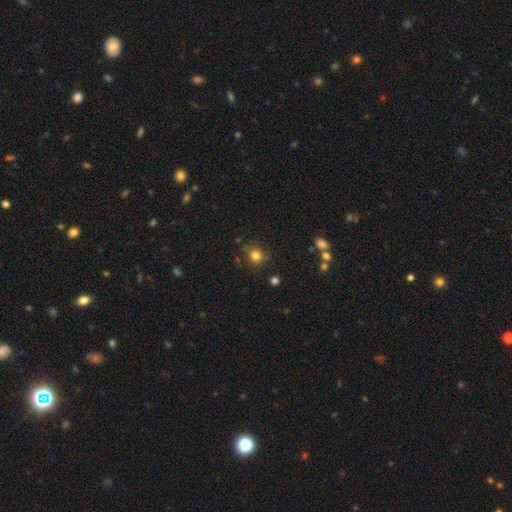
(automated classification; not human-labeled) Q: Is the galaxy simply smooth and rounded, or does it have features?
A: smooth — 80%.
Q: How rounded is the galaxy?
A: round — 85%.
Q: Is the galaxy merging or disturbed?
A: none — 78%.